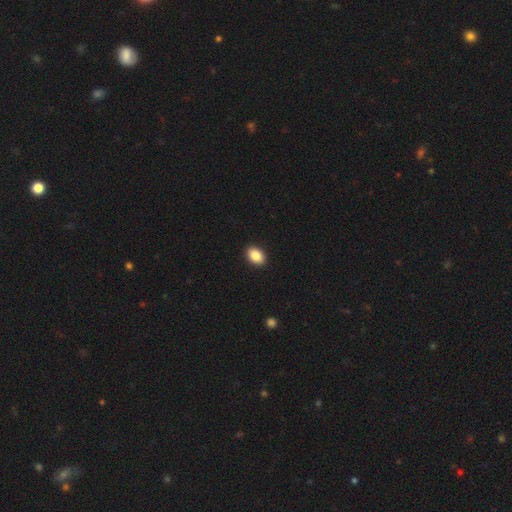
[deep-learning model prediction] Smooth or featured? smooth (88%)
How rounded? in between (85%)
Merging? none (92%)